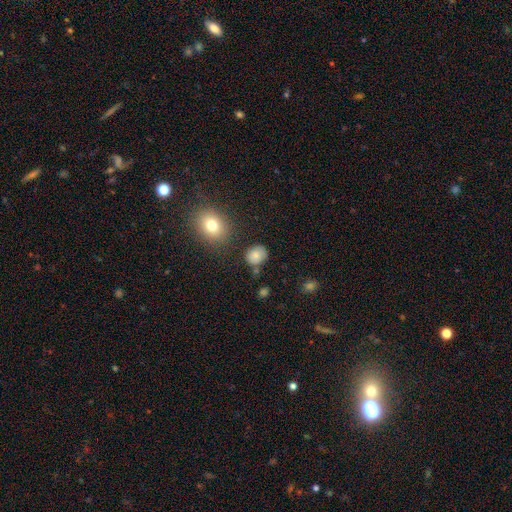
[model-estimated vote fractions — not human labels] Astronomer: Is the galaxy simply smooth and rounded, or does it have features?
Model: smooth — 81%.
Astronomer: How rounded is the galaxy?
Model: round — 62% (runner-up: in between, 37%).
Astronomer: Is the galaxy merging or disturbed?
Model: none — 76%.